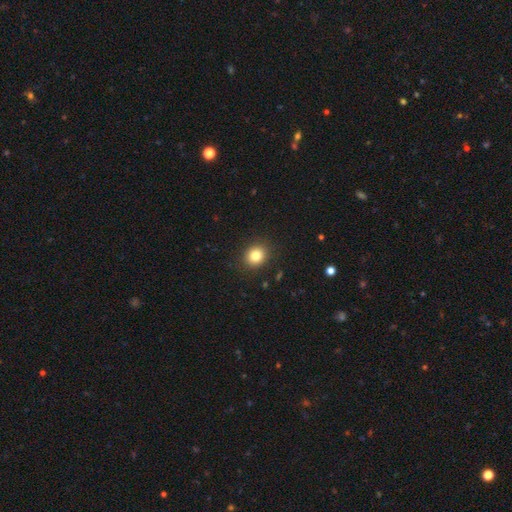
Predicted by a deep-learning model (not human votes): Q: Smooth or featured?
A: smooth (82%); runner-up: star or artifact (11%)
Q: How rounded?
A: round (71%); runner-up: in between (28%)
Q: Merging?
A: none (90%); runner-up: minor disturbance (7%)